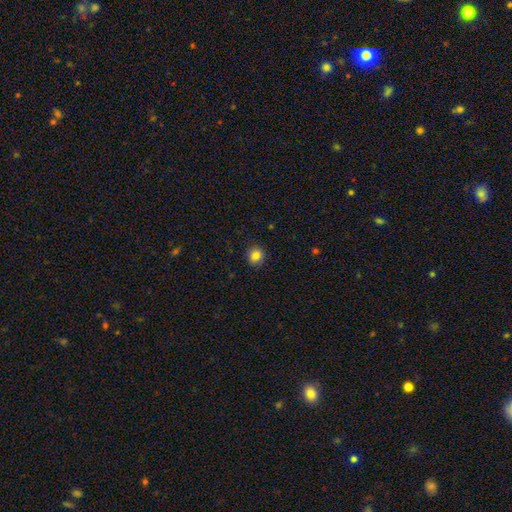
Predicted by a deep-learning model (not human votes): smooth 84%, star or artifact 11%, featured or disk 5%. Down the decision tree: how rounded — round (89%); merging — none (91%).